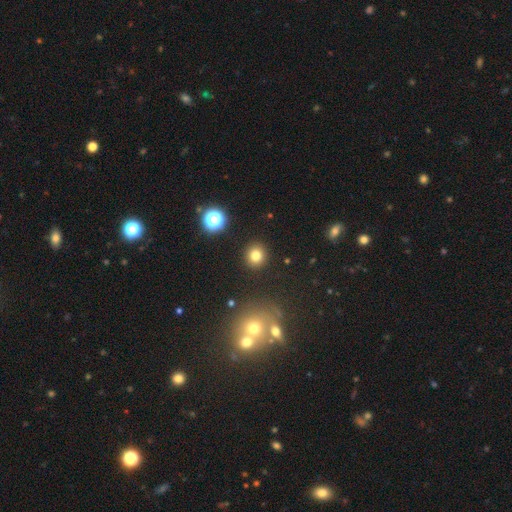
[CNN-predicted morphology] A smooth galaxy with no disk features (80%) that is round (86%). Merging: none (90%).